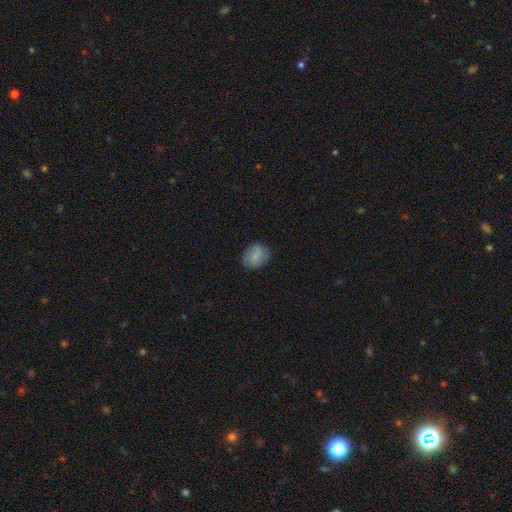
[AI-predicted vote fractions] A smooth galaxy with no disk features (78%) that is round (49%, tied with in between). Merging: none (77%).